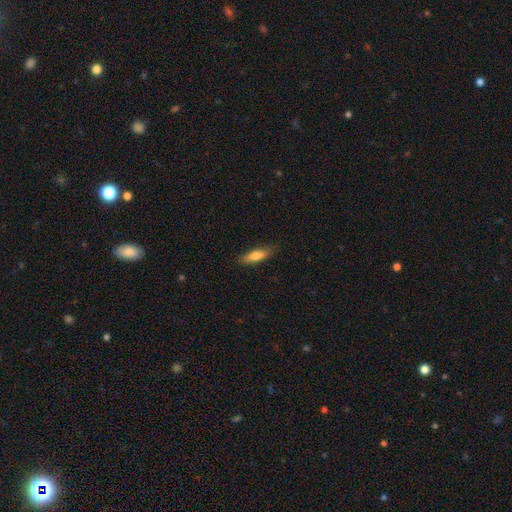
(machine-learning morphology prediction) type=smooth (77%); roundness=cigar-shaped (54%); merging=none (82%).